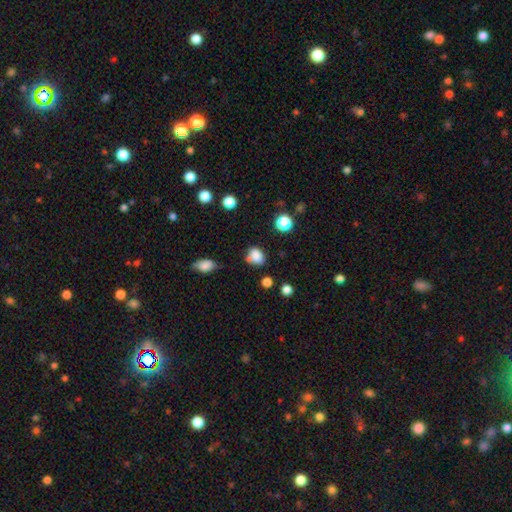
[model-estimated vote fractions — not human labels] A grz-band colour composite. It shows a smooth galaxy with no disk features (82%) that is in between round and cigar-shaped (60%). Merging: none (58%).